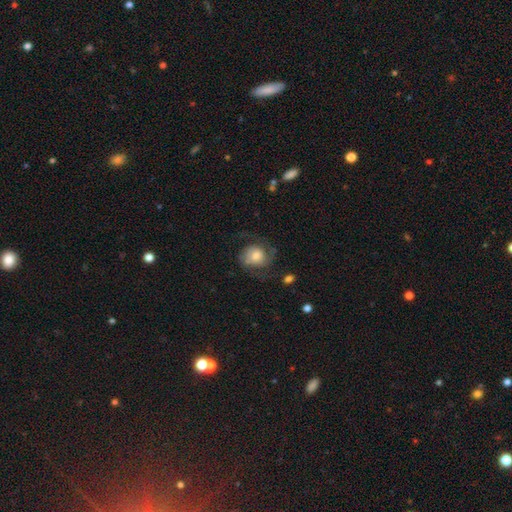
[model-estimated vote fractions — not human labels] featured or disk 62%, smooth 30%, star or artifact 8%. Down the decision tree: edge-on disk — no (98%); bar — no (71%); spiral arms — yes (90%); spiral arm count — 2 (79%); spiral winding — medium (48%); bulge size — large (35%); merging — none (61%).